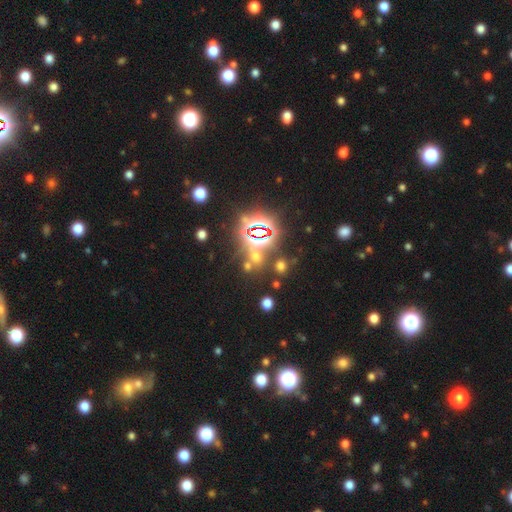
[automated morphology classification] Overall: star or artifact (59%; smooth 32%).